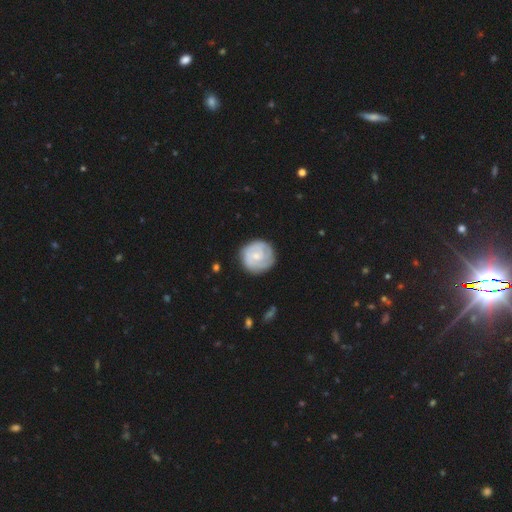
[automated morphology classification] smooth-or-featured: featured or disk: 72% | smooth: 23% | star or artifact: 5%
  disk-edge-on: no: 98% | yes: 2%
    bar: no: 65% | weak: 30% | strong: 4%
    has-spiral-arms: yes: 92% | no: 8%
      spiral-winding: tight: 73% | medium: 22% | loose: 6%
      spiral-arm-count: 2: 33% | can't tell: 30% | 3: 22% | 1: 6% | 4: 6% | more than 4: 4%
    bulge-size: small: 61% | moderate: 32% | none: 4% | large: 2% | dominant: 1%
  merging: none: 80% | minor disturbance: 15% | major disturbance: 4% | merger: 1%